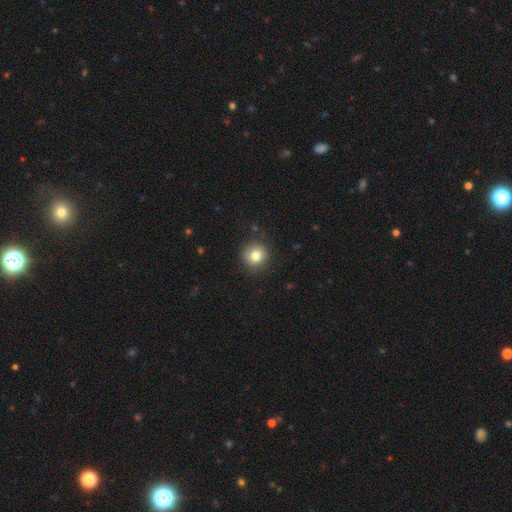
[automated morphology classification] smooth 81%, star or artifact 11%, featured or disk 8%. Down the decision tree: how rounded — round (92%); merging — none (88%).